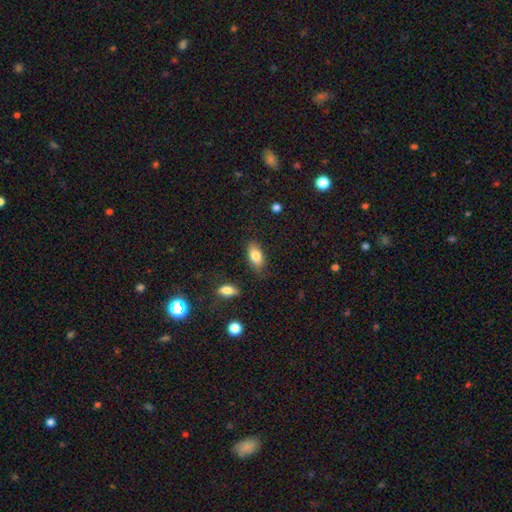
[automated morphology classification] smooth_or_featured: smooth (p=0.82) [alt: featured or disk p=0.11]
how_rounded: in between (p=0.89) [alt: cigar-shaped p=0.07]
merging: none (p=0.81) [alt: minor disturbance p=0.13]